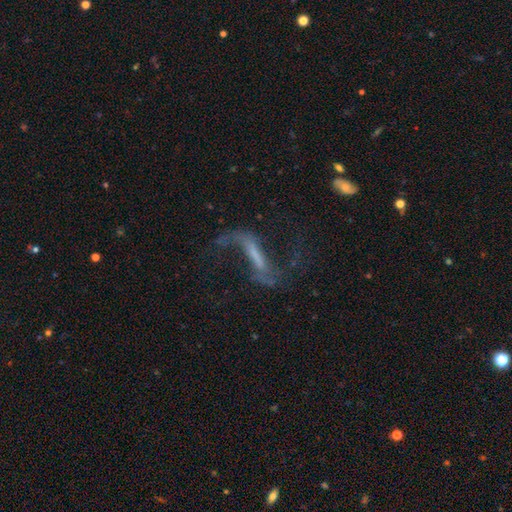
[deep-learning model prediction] This is likely a featured or disk galaxy (79%). It is clearly not viewed edge-on (87%). Bar: possibly strong (54%). Spiral arm pattern: clearly yes (89%). Spiral arm count: clearly 2 (88%). Spiral winding: clearly loose (87%). Central bulge: possibly none (49%). Merging: possibly none (56%).